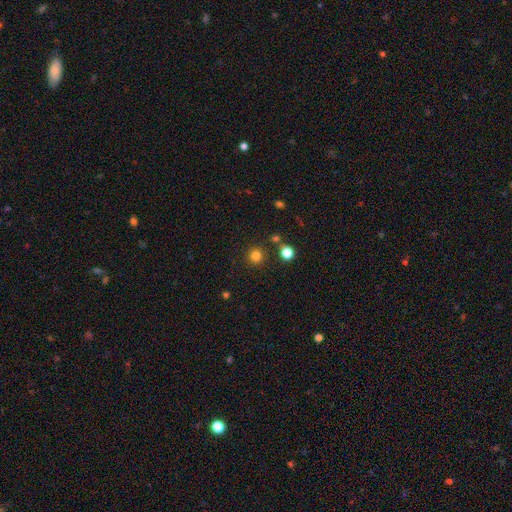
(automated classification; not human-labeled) This appears to be a smooth galaxy with no disk features (80%) that is round (94%). Merging: none (87%).